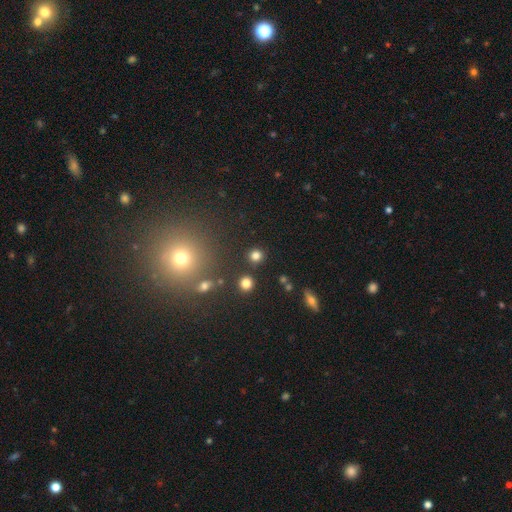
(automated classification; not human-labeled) Smooth or featured? Predicted: smooth (p=0.79). How rounded? Predicted: round (p=0.90). Merging? Predicted: none (p=0.86).